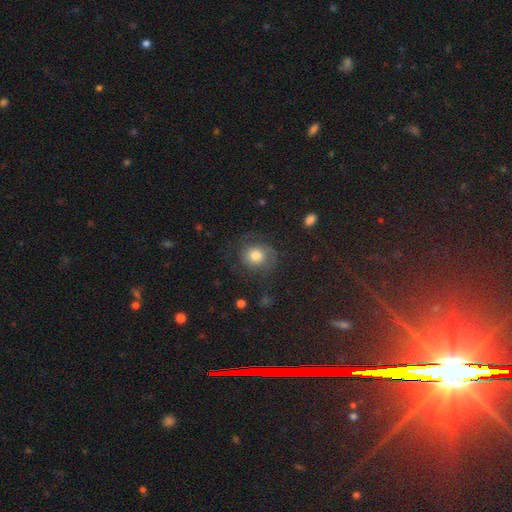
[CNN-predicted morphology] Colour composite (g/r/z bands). It shows a smooth galaxy with no disk features (51%) that is round (80%). Merging: none (64%).